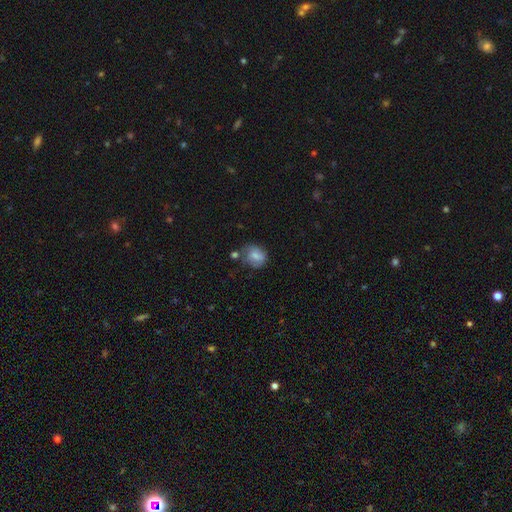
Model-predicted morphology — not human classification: Q: Smooth or featured?
A: smooth (72%); runner-up: featured or disk (20%)
Q: How rounded?
A: round (53%); runner-up: in between (46%)
Q: Merging?
A: none (51%); runner-up: minor disturbance (27%)